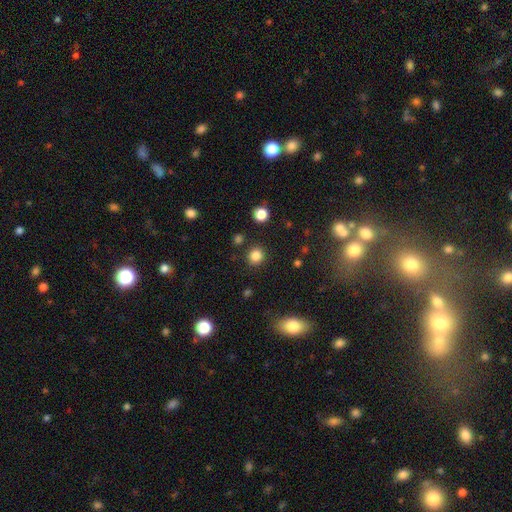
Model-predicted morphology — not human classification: A smooth galaxy with no disk features (84%) that is round (87%). Merging: none (88%).